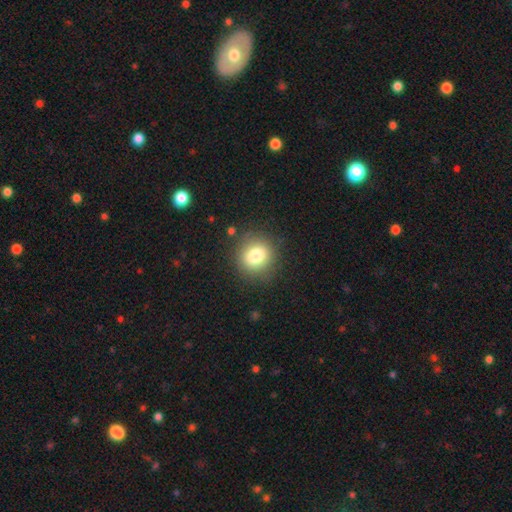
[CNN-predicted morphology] smooth_or_featured: smooth (p=0.80) [alt: star or artifact p=0.11]
how_rounded: round (p=0.87) [alt: in between p=0.12]
merging: none (p=0.86) [alt: minor disturbance p=0.09]